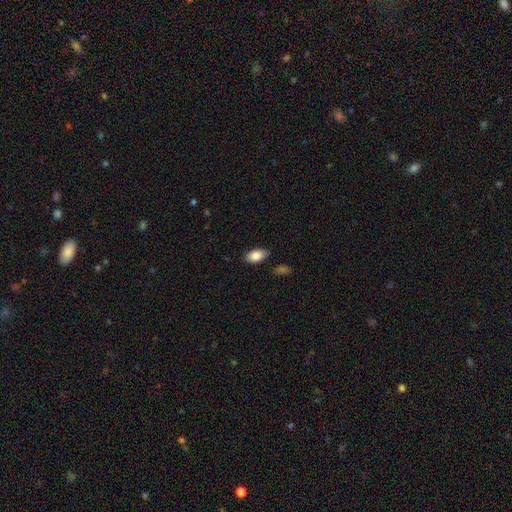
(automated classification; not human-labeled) This is clearly a smooth galaxy (85%). How rounded: clearly in between (93%). Merging: clearly none (81%).